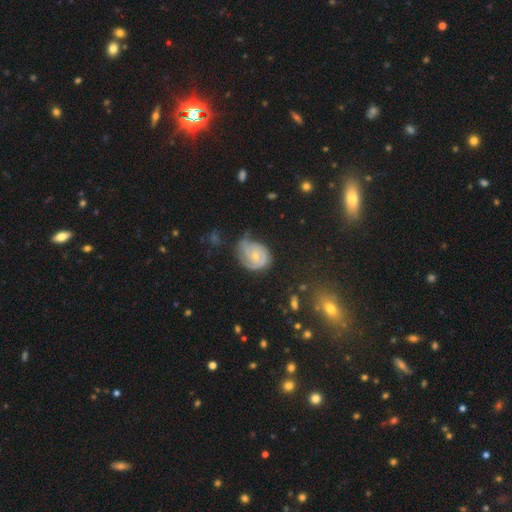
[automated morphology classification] type=featured or disk (68%); edge-on=no (97%); bar=no (70%); spiral arms=yes (87%); winding=tight (62%); arm count=2 (35%); bulge=small (62%); merging=none (43%).